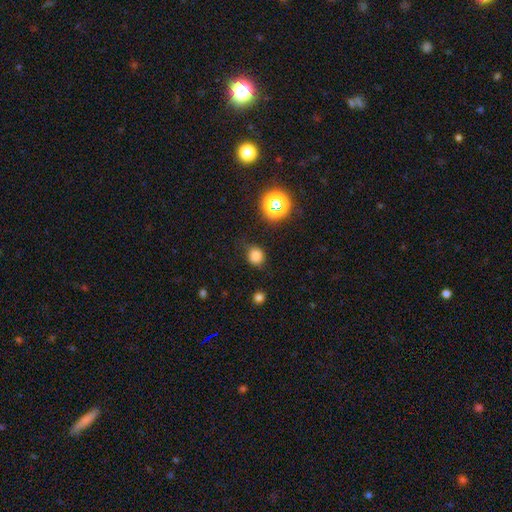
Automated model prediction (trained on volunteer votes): smooth_or_featured: smooth (p=0.79) [alt: star or artifact p=0.17]
how_rounded: round (p=0.78) [alt: in between p=0.21]
merging: none (p=0.74) [alt: minor disturbance p=0.18]